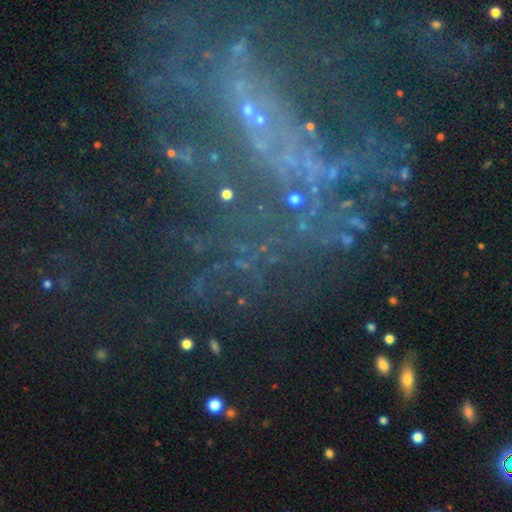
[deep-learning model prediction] Smooth or featured?
  - featured or disk: 44% *
  - star or artifact: 43%
  - smooth: 13%
Merging?
  - none: 57% *
  - major disturbance: 20%
  - minor disturbance: 16%
  - merger: 7%